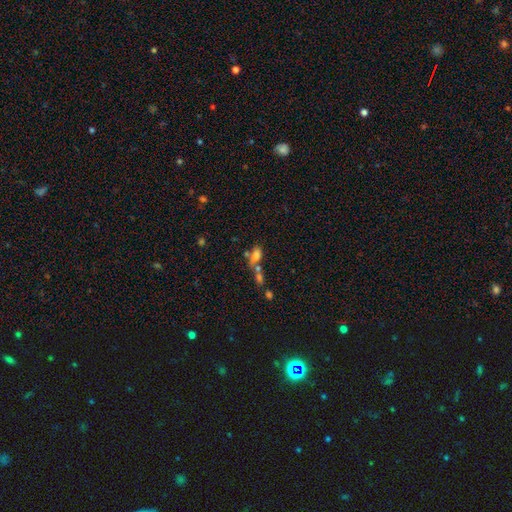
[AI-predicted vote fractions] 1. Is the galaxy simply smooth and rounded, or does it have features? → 69% smooth, 16% featured or disk, 15% star or artifact.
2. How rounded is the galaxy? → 80% in between, 11% cigar-shaped, 9% round.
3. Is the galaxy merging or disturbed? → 48% merger, 28% none, 12% minor disturbance, 11% major disturbance.